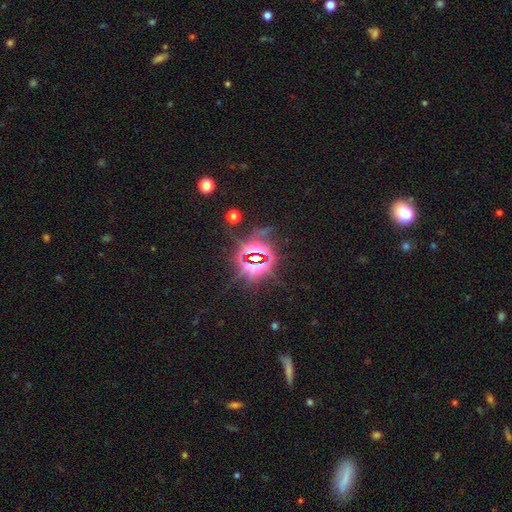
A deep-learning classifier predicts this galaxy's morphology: Overall: star or artifact (83%).